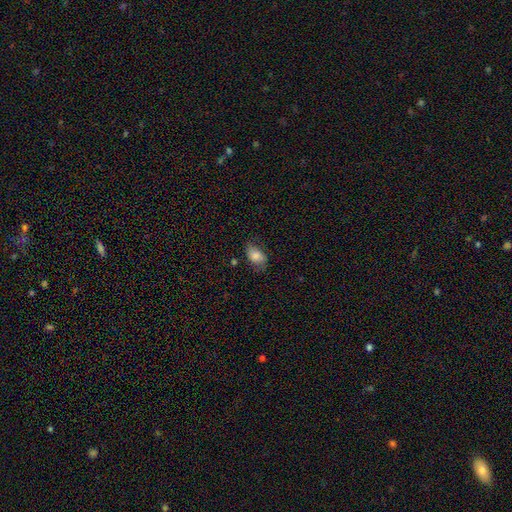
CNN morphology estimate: This is likely a smooth galaxy (78%). How rounded: clearly in between (88%). Merging: likely none (66%).